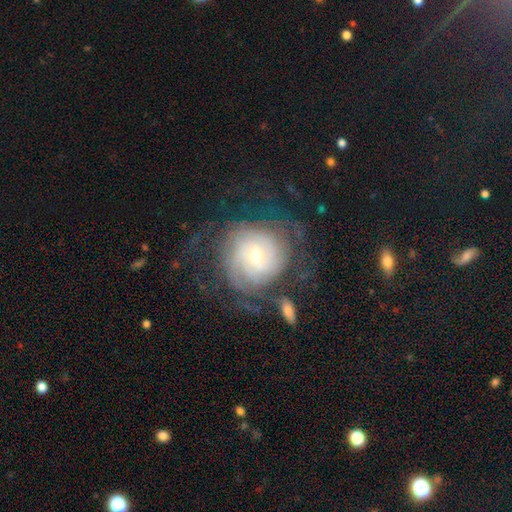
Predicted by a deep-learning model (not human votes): Overall: featured or disk (76%). Edge-on disk: no (97%). Bar: weak (53%; no 36%). Spiral arms: yes (92%). Spiral arm count: can't tell (45%; 2 22%). Spiral winding: tight (66%). Bulge size: small (50%; moderate 43%). Merging: none (61%).